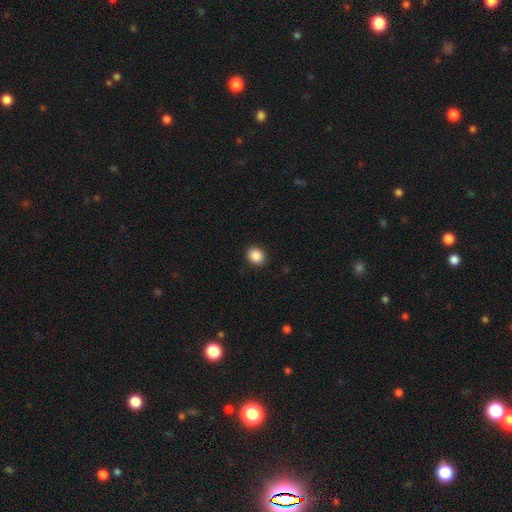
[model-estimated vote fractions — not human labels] Overall: smooth (88%). How rounded: round (70%). Merging: none (92%).